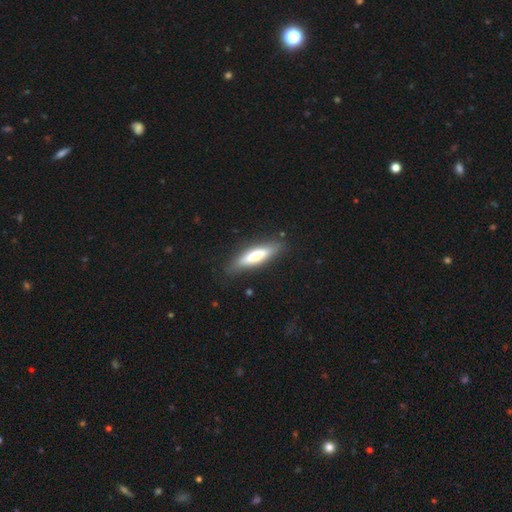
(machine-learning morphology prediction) Smooth or featured? smooth (65%)
How rounded? cigar-shaped (69%)
Merging? none (82%)